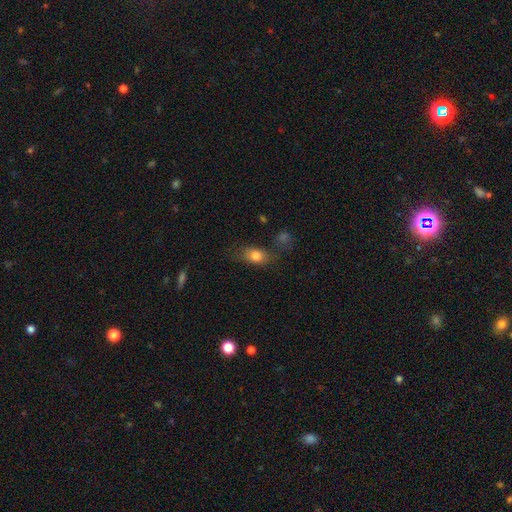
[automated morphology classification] Smooth or featured? smooth (78%)
How rounded? in between (72%)
Merging? none (57%)